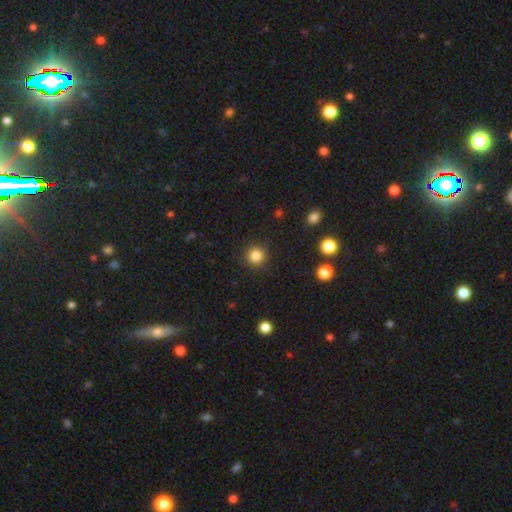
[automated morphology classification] Overall: smooth (83%). How rounded: round (95%). Merging: none (91%).